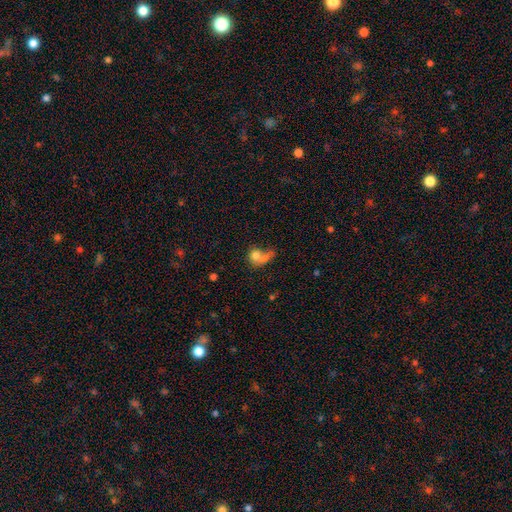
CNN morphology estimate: type=smooth (72%); roundness=round (64%); merging=merger (62%).